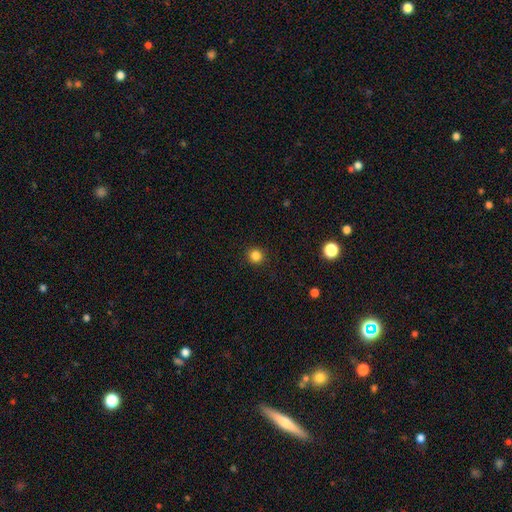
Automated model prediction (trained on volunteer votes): Morphology: type=smooth (84%); roundness=round (94%); merging=none (92%).